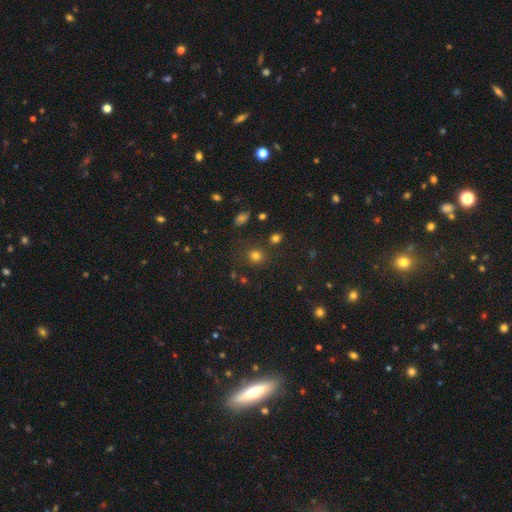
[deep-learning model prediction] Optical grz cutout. It shows a smooth galaxy with no disk features (72%) that is round (86%). Merging: none (80%).